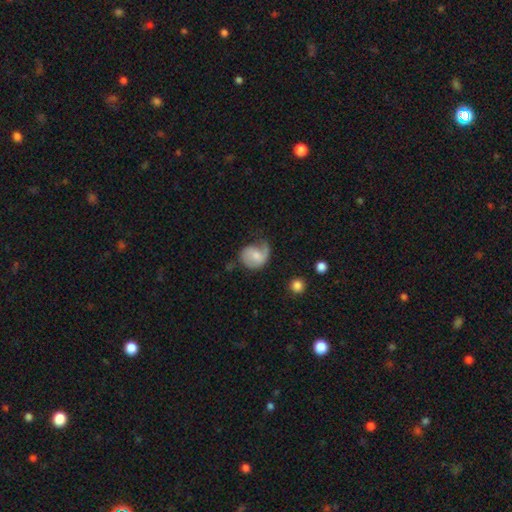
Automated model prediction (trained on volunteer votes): Smooth or featured? featured or disk (51%)
Edge-on disk? no (97%)
Bar? no (56%)
Spiral arms? yes (84%)
Bulge size? moderate (42%)
Merging? none (37%)